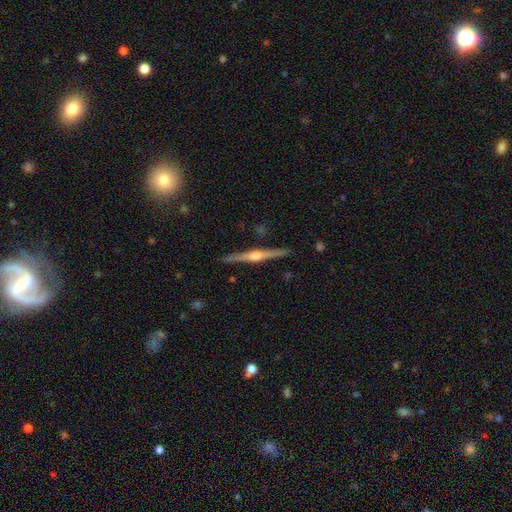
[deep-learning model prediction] A featured or disk galaxy (86%) viewed edge-on (99%) with a rounded central bulge (90%).

Vote fractions:
- Smooth or featured? featured or disk: 86% / smooth: 9% / star or artifact: 5%
- Edge-on disk? yes: 99% / no: 1%
- Edge-on bulge? rounded: 90% / boxy: 7% / none: 4%
- Merging? none: 92% / minor disturbance: 6% / major disturbance: 1% / merger: 1%